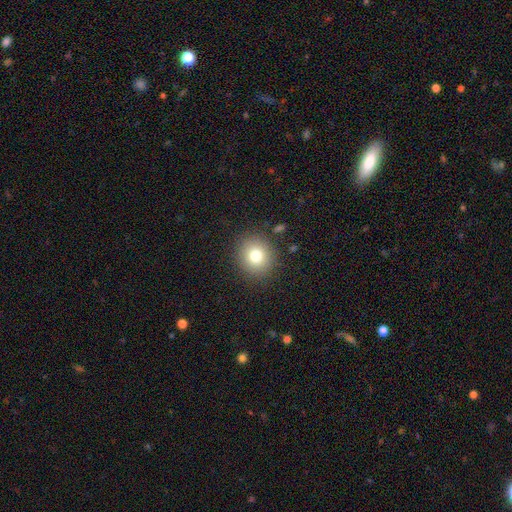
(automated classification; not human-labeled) Smooth or featured? Predicted: smooth (p=0.78). How rounded? Predicted: round (p=0.85). Merging? Predicted: none (p=0.87).